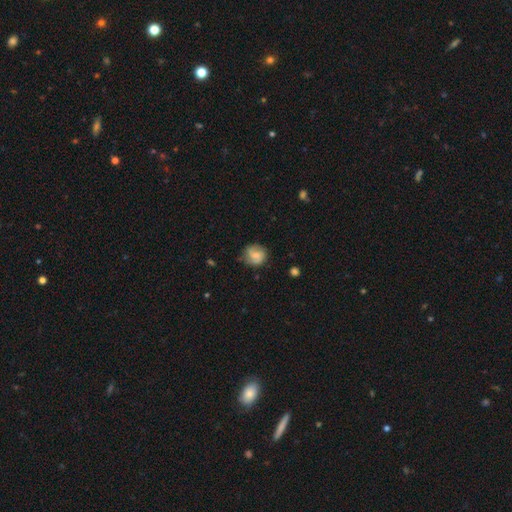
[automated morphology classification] Smooth or featured?
  - smooth: 49% *
  - featured or disk: 43%
  - star or artifact: 8%
Merging?
  - none: 69% *
  - minor disturbance: 23%
  - major disturbance: 6%
  - merger: 2%